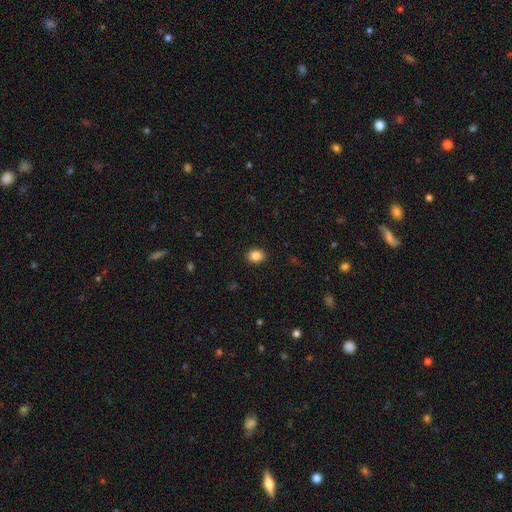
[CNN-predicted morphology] smooth_or_featured: smooth (p=0.86) [alt: star or artifact p=0.09]
how_rounded: in between (p=0.54) [alt: round p=0.45]
merging: none (p=0.91) [alt: minor disturbance p=0.06]